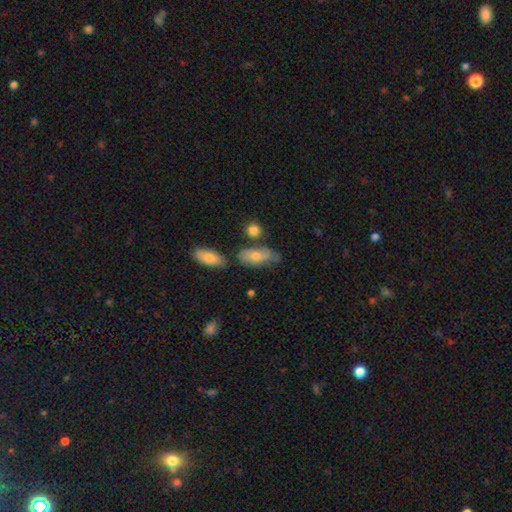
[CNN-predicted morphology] Smooth or featured? Predicted: smooth (p=0.66). How rounded? Predicted: in between (p=0.80). Merging? Predicted: none (p=0.52).